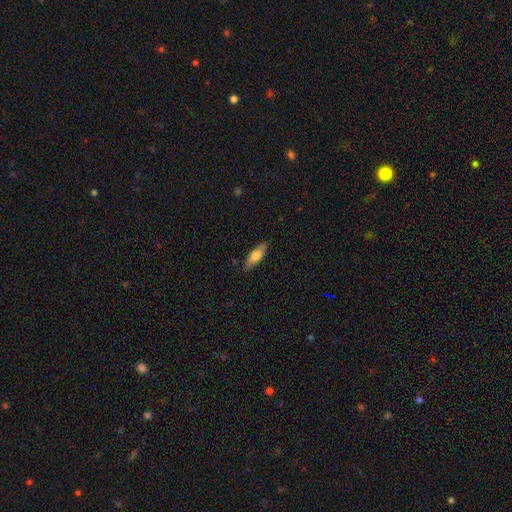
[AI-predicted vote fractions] Smooth or featured? smooth (66%)
How rounded? in between (55%)
Merging? none (86%)